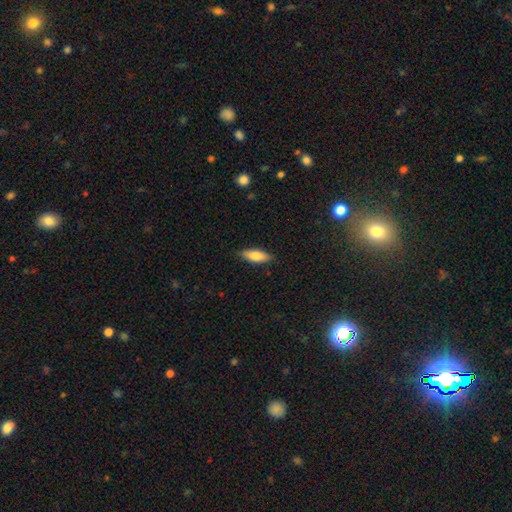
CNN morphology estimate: smooth 79%, featured or disk 15%, star or artifact 6%. Down the decision tree: how rounded — in between (68%); merging — none (86%).